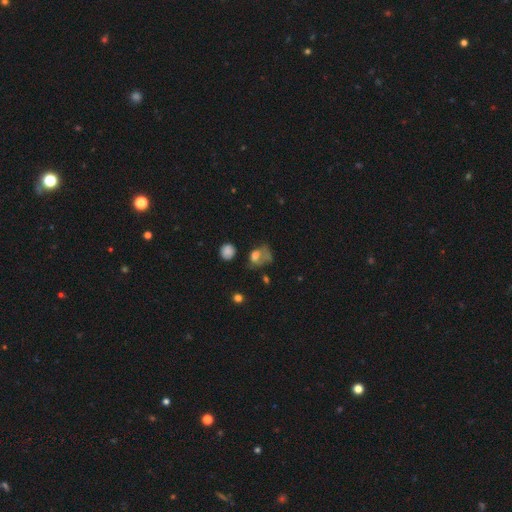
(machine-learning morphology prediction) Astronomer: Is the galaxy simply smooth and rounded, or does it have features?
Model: smooth — 61%.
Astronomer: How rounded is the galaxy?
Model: in between — 54% (runner-up: round, 44%).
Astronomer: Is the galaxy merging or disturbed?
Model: major disturbance — 42% (runner-up: none, 27%).